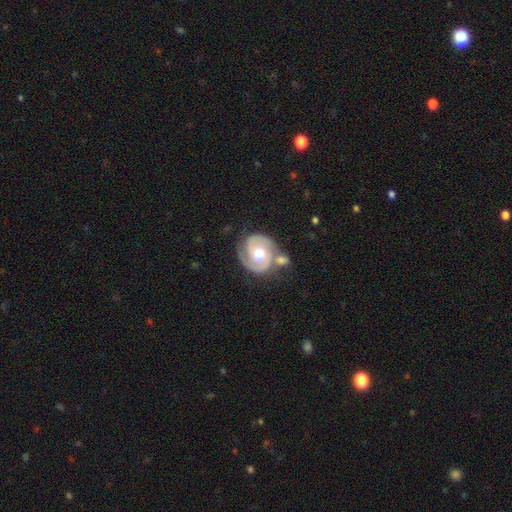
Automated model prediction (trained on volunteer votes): featured or disk 86%, smooth 9%, star or artifact 4%. Down the decision tree: edge-on disk — no (98%); bar — no (63%); spiral arms — yes (95%); spiral arm count — 2 (84%); spiral winding — tight (64%); bulge size — moderate (79%); merging — none (63%).